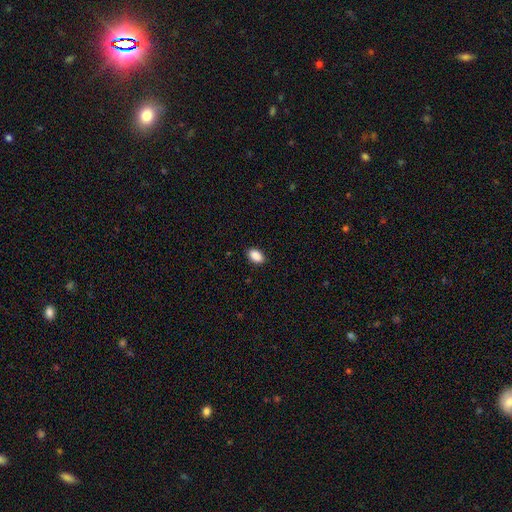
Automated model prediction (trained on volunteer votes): This is clearly a smooth galaxy (90%). How rounded: clearly in between (89%). Merging: clearly none (88%).